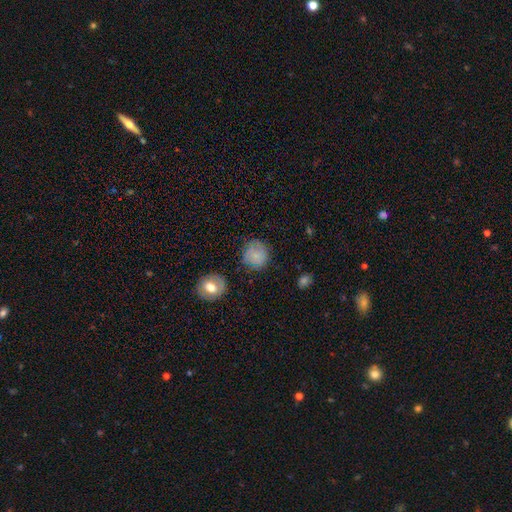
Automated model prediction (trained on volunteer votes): Q: Smooth or featured?
A: smooth (77%); runner-up: featured or disk (14%)
Q: How rounded?
A: round (88%); runner-up: in between (11%)
Q: Merging?
A: none (73%); runner-up: minor disturbance (17%)